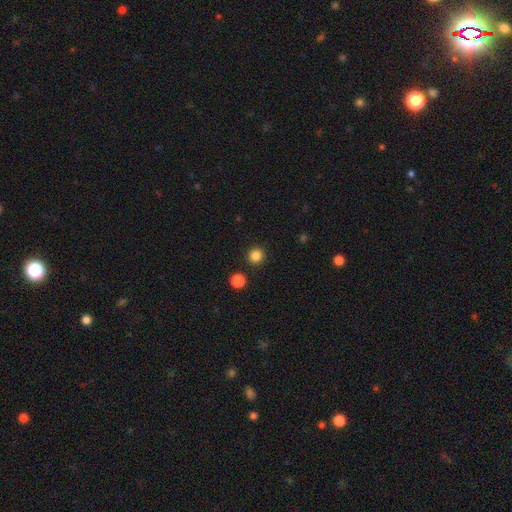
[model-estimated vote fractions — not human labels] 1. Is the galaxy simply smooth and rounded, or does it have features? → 84% smooth, 12% star or artifact, 4% featured or disk.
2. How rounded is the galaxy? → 95% round, 4% in between, 1% cigar-shaped.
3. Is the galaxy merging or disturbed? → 92% none, 4% minor disturbance, 2% merger, 2% major disturbance.